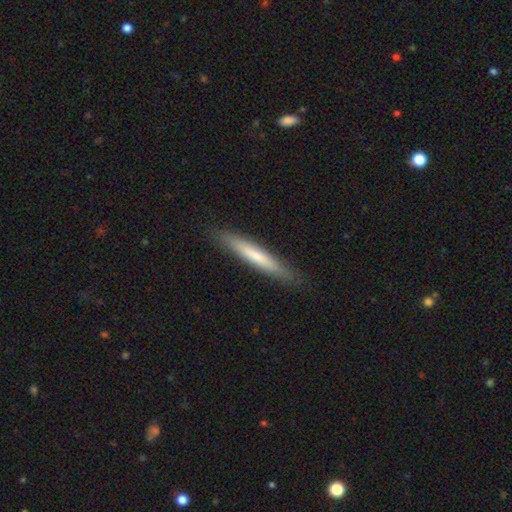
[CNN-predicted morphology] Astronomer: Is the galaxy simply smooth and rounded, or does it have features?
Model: smooth — 63%.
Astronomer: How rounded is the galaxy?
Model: cigar-shaped — 94%.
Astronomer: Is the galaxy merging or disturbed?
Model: none — 89%.